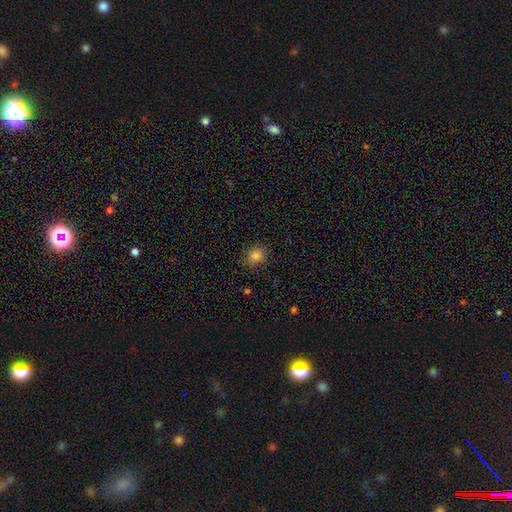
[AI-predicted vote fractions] Smooth or featured? Predicted: smooth (p=0.82). How rounded? Predicted: round (p=0.65). Merging? Predicted: none (p=0.86).